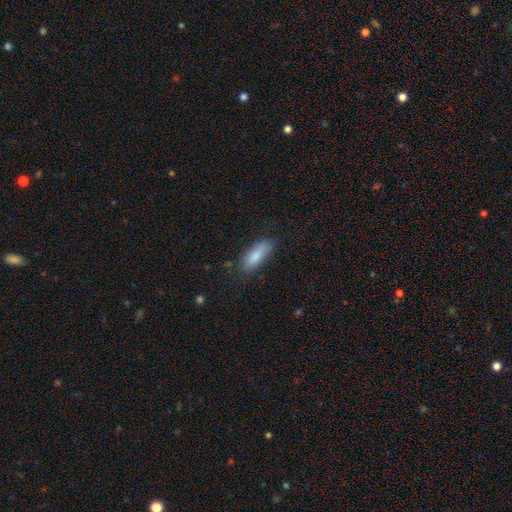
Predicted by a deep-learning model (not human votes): Smooth or featured? smooth (84%)
How rounded? in between (63%)
Merging? none (76%)